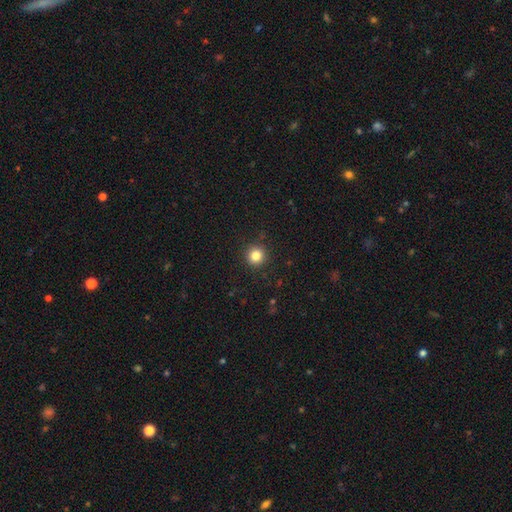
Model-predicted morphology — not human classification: Smooth or featured? smooth (84%)
How rounded? round (95%)
Merging? none (92%)